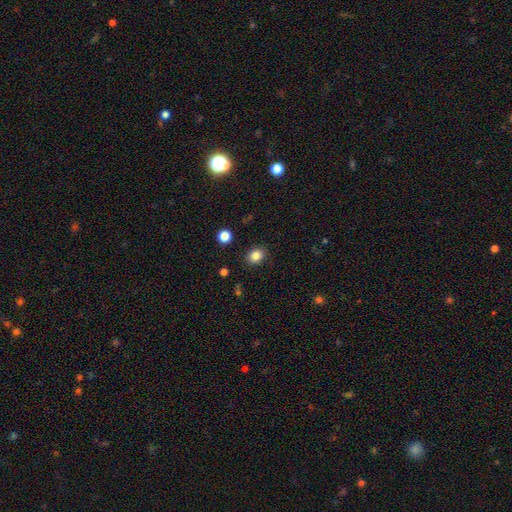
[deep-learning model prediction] Morphology: type=smooth (84%); roundness=in between (52%); merging=none (88%).